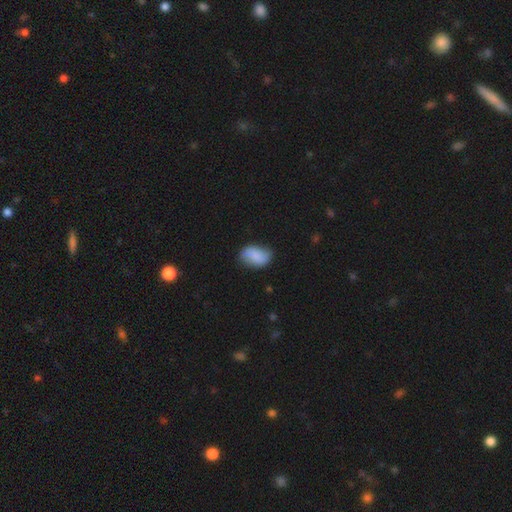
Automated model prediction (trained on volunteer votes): Smooth or featured? Predicted: smooth (p=0.74). How rounded? Predicted: in between (p=0.87). Merging? Predicted: none (p=0.70).